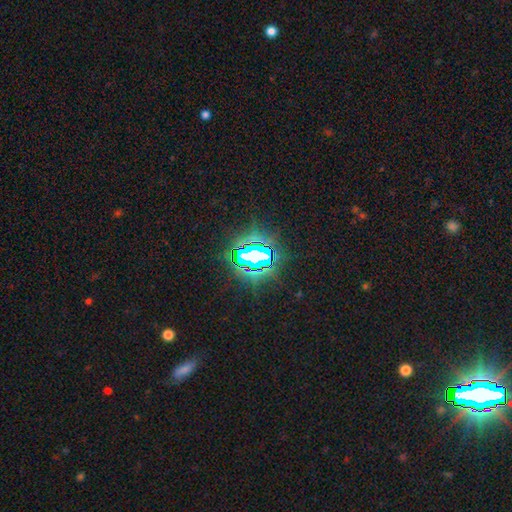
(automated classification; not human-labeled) The model was most divided on "smooth or featured": star or artifact: 78%, smooth: 12%, featured or disk: 10%.